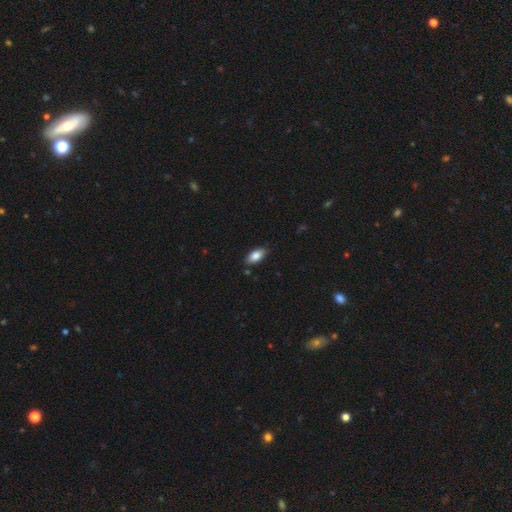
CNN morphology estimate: A smooth galaxy with no disk features (84%) that is in between round and cigar-shaped (92%). Merging: none (84%).